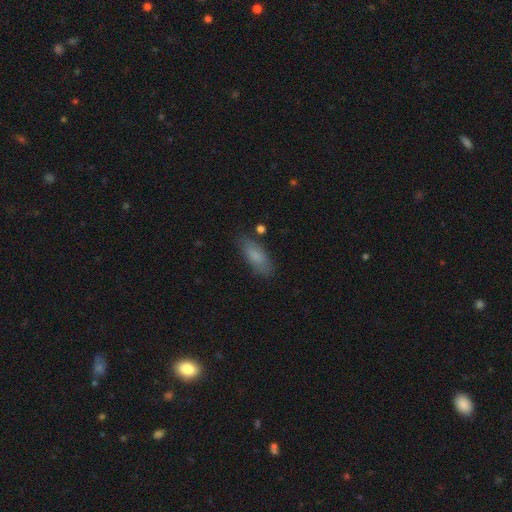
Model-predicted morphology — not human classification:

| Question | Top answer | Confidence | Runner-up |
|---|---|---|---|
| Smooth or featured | smooth | 81% | featured or disk (12%) |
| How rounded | in between | 72% | cigar-shaped (25%) |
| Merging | none | 79% | minor disturbance (15%) |